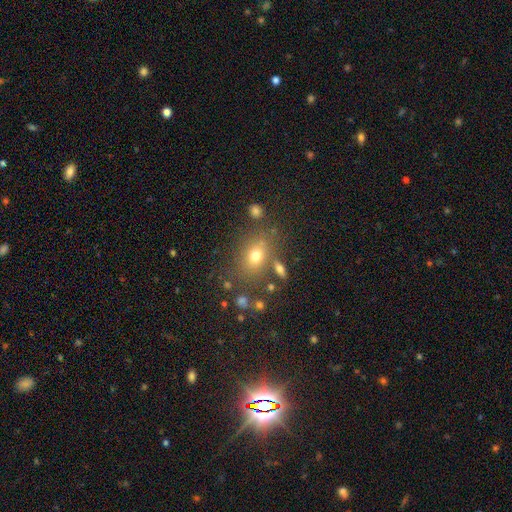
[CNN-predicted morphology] Q: Smooth or featured?
A: smooth (71%); runner-up: star or artifact (16%)
Q: How rounded?
A: in between (57%); runner-up: round (41%)
Q: Merging?
A: none (70%); runner-up: minor disturbance (14%)